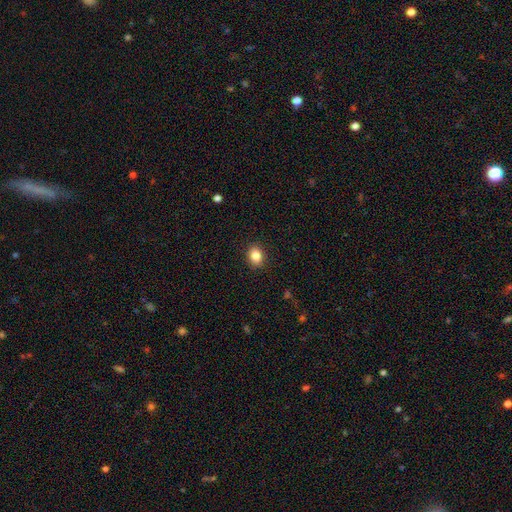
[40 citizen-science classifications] Volunteers were most divided on "how rounded": round: 72%, in between: 28%, cigar-shaped: 0%. More confident: merging — none (95%); smooth or featured — smooth (90%).